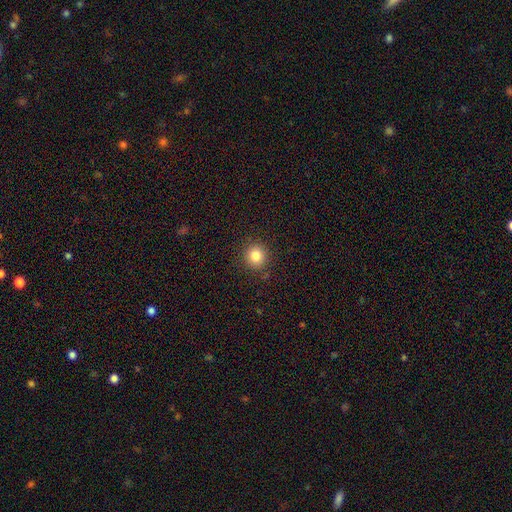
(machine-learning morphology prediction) The model was most divided on "smooth or featured": smooth: 83%, star or artifact: 11%, featured or disk: 6%. More confident: how rounded — round (91%); merging — none (90%).